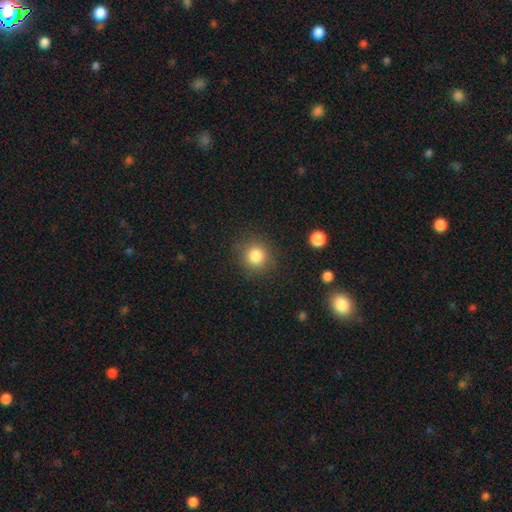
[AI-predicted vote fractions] Smooth or featured? smooth (83%)
How rounded? round (90%)
Merging? none (87%)